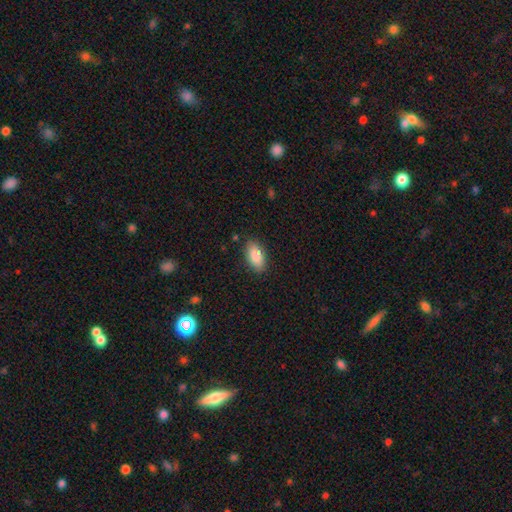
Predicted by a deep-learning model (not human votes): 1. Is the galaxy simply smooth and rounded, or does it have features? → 87% smooth, 7% star or artifact, 6% featured or disk.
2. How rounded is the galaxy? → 92% in between, 5% cigar-shaped, 3% round.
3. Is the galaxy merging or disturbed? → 85% none, 11% minor disturbance, 3% major disturbance, 1% merger.